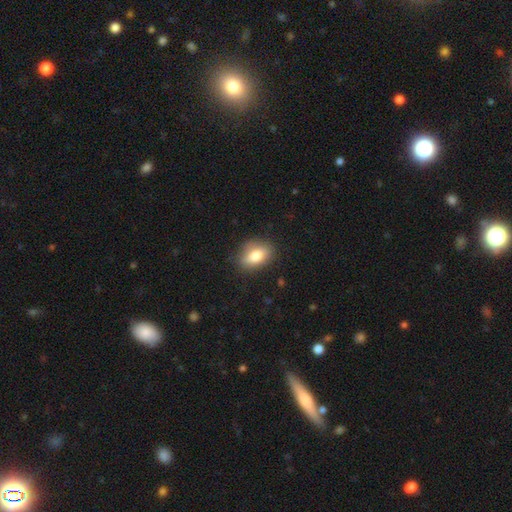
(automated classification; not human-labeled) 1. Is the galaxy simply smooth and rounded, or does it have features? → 79% smooth, 13% featured or disk, 8% star or artifact.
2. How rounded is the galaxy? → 80% in between, 16% round, 3% cigar-shaped.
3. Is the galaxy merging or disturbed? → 83% none, 13% minor disturbance, 3% major disturbance, 1% merger.